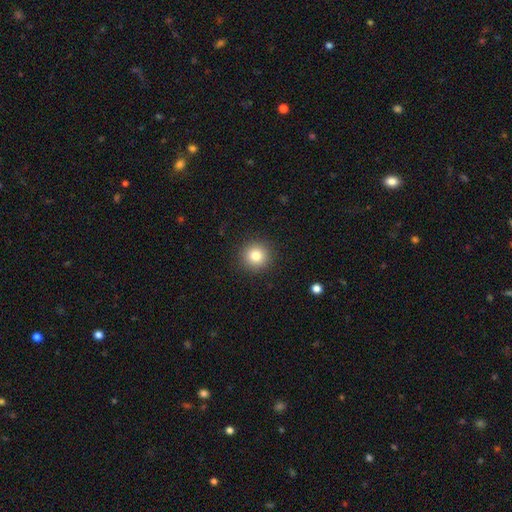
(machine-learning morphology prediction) A smooth galaxy with no disk features (82%) that is round (94%). Merging: none (91%).